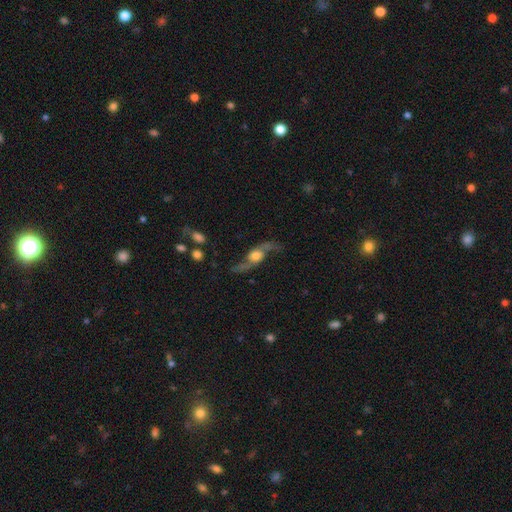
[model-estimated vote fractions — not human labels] This appears to be a featured or disk galaxy (82%) with no bar (67%), 2 (93%) loose (86%) spiral arms (93%) and a moderate central bulge (51%). Merging: none (66%).